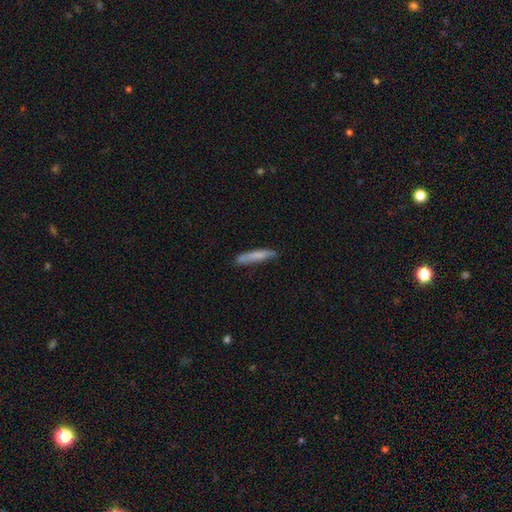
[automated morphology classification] Smooth or featured: smooth — 75% (featured or disk — 19%)
How rounded: cigar-shaped — 91% (in between — 8%)
Merging: none — 72% (minor disturbance — 20%)